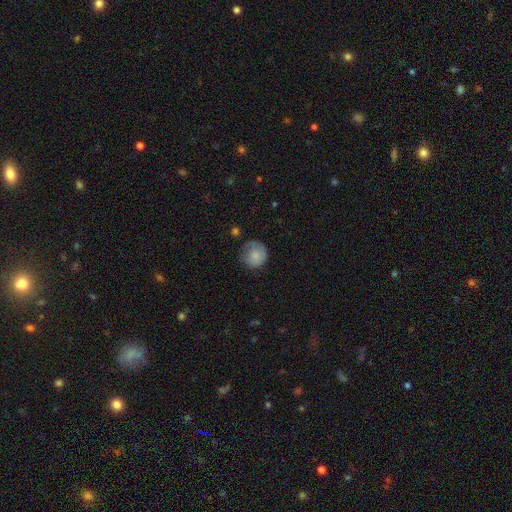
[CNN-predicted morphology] This is likely a smooth galaxy (80%). How rounded: clearly round (88%). Merging: possibly none (58%).